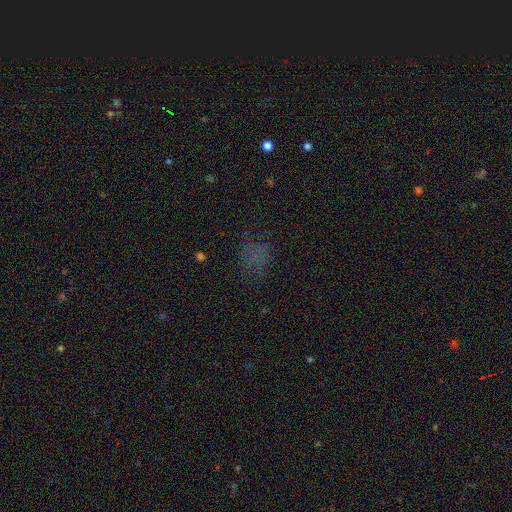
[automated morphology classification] This is possibly a smooth galaxy (54%). How rounded: possibly round (53%). Merging: likely none (66%).